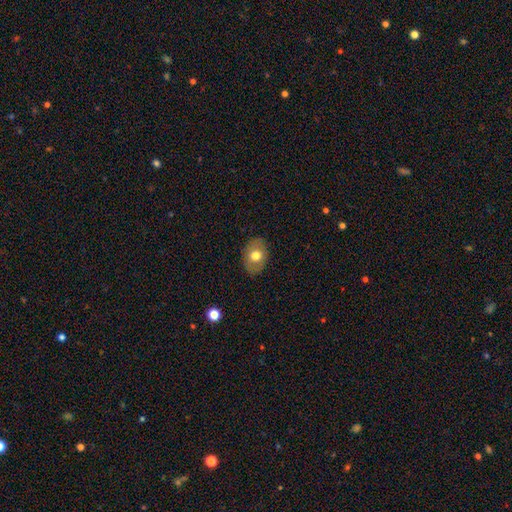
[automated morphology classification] Smooth or featured: smooth — 66% (featured or disk — 26%)
How rounded: in between — 72% (round — 27%)
Merging: none — 84% (minor disturbance — 12%)